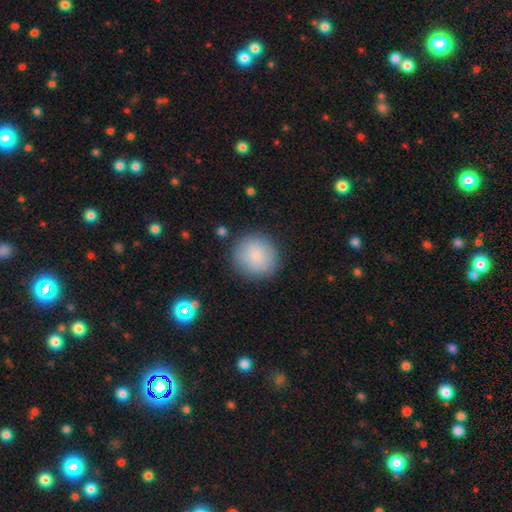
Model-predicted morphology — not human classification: Overall: smooth (85%). How rounded: round (92%). Merging: none (86%).